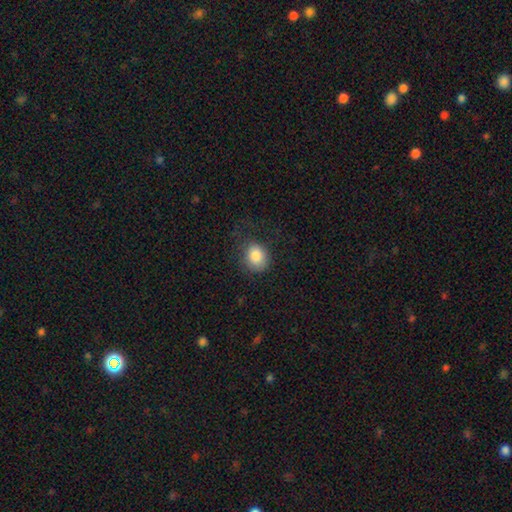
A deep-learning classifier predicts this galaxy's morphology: type=smooth (84%); roundness=round (64%); merging=none (64%).